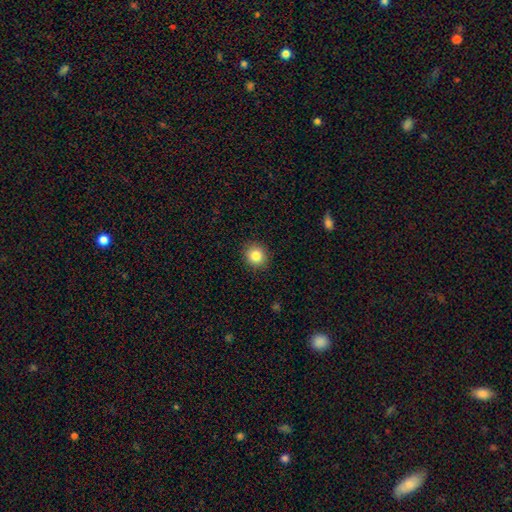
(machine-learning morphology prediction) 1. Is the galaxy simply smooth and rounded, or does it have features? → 84% smooth, 10% star or artifact, 6% featured or disk.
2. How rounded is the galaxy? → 86% round, 13% in between, 1% cigar-shaped.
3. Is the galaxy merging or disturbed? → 91% none, 6% minor disturbance, 2% major disturbance, 1% merger.